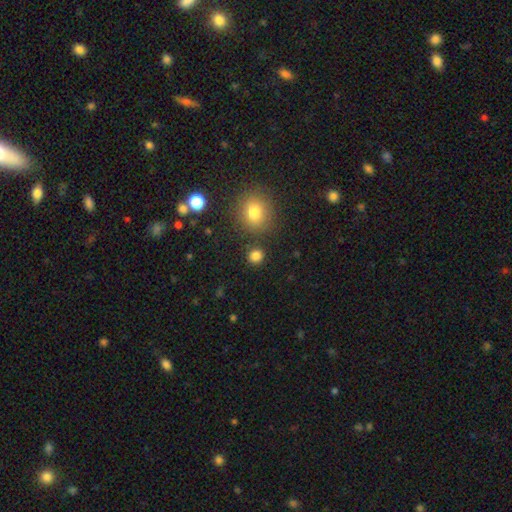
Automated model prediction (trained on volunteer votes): Overall: smooth (82%). How rounded: round (87%). Merging: none (86%).